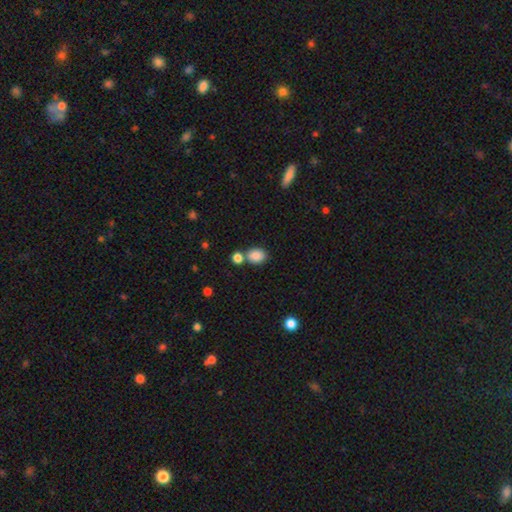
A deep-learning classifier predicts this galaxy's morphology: Smooth or featured? smooth (86%)
How rounded? in between (53%)
Merging? none (61%)